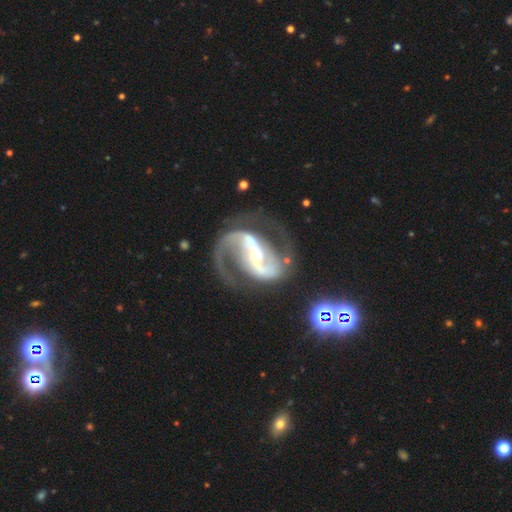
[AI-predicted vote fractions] The model was most divided on "bulge size": small: 52%, moderate: 43%, large: 3%, none: 1%, dominant: 1%. More confident: spiral arms — yes (98%); edge-on disk — no (98%); spiral arm count — 2 (93%); smooth or featured — featured or disk (92%); merging — none (71%); spiral winding — medium (56%); bar — strong (53%).